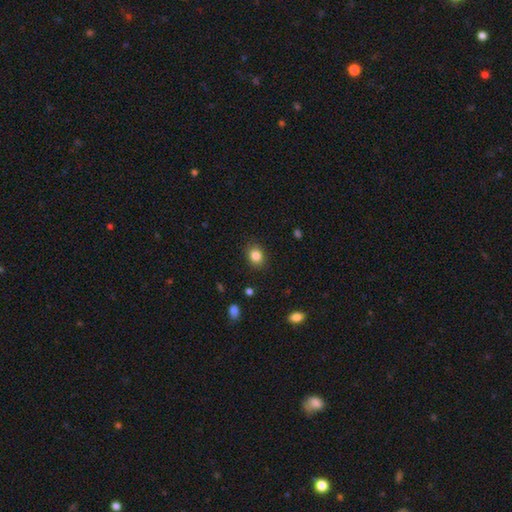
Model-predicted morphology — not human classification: This appears to be a smooth galaxy with no disk features (84%) that is round (55%). Merging: none (87%).